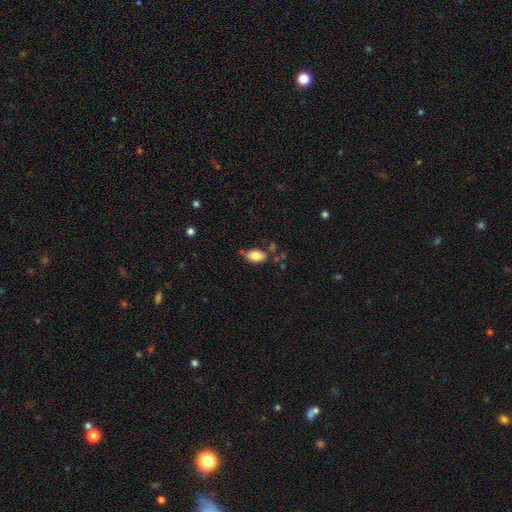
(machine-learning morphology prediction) smooth 82%, featured or disk 10%, star or artifact 8%. Down the decision tree: how rounded — in between (91%); merging — none (70%).